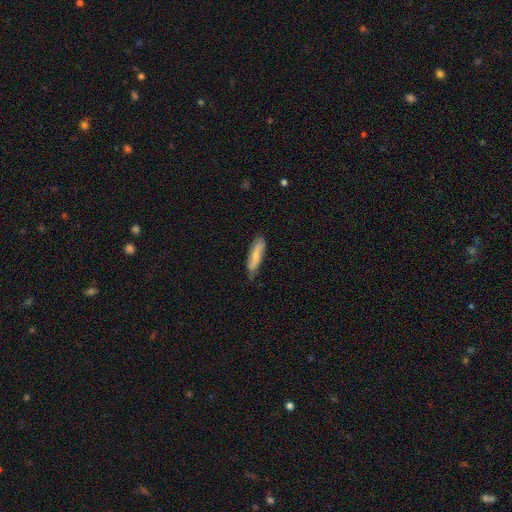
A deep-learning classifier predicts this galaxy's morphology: A smooth galaxy with no disk features (58%) that is cigar-shaped (66%).

Vote fractions:
- Smooth or featured? smooth: 58% / featured or disk: 36% / star or artifact: 6%
- How rounded? cigar-shaped: 66% / in between: 33% / round: 2%
- Merging? none: 71% / minor disturbance: 23% / major disturbance: 4% / merger: 2%